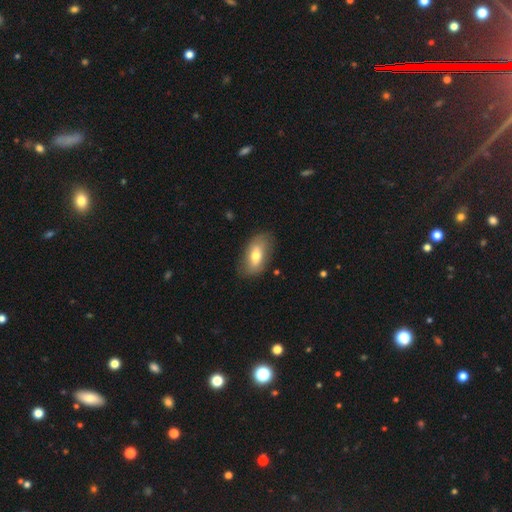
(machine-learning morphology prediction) Smooth or featured? Predicted: smooth (p=0.65). How rounded? Predicted: in between (p=0.89). Merging? Predicted: none (p=0.78).